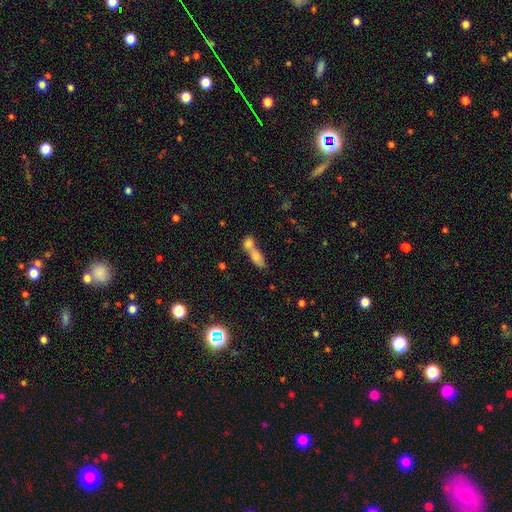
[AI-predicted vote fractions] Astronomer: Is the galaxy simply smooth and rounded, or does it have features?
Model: smooth — 73%.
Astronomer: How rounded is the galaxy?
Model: in between — 64%.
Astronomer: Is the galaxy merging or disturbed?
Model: merger — 68%.